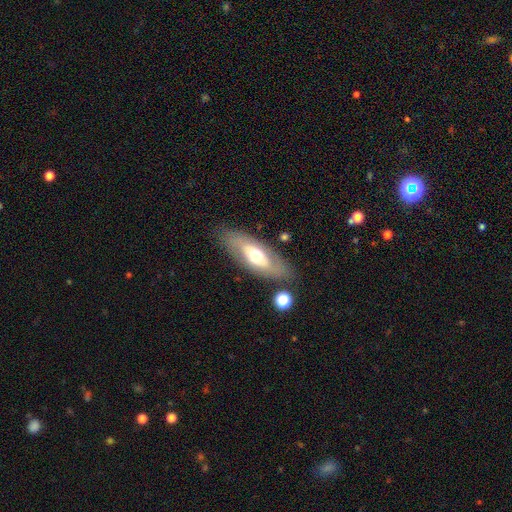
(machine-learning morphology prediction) smooth 47%, featured or disk 46%, star or artifact 6%. Down the decision tree: merging — none (79%).